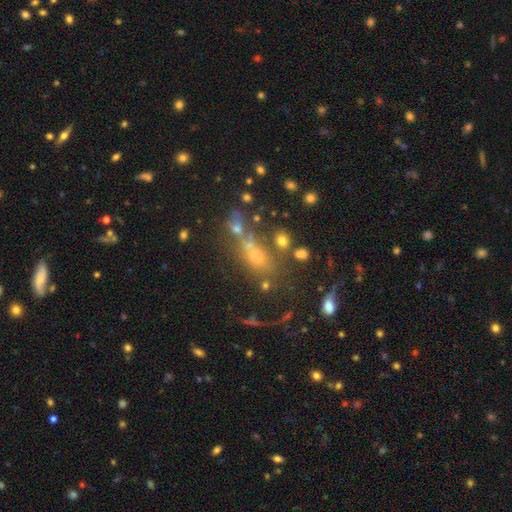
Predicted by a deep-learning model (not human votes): The model was most divided on "how rounded" (2-way tie): in between: 47%, round: 47%, cigar-shaped: 6%. Remaining: smooth or featured — smooth (52%); merging — none (47%).